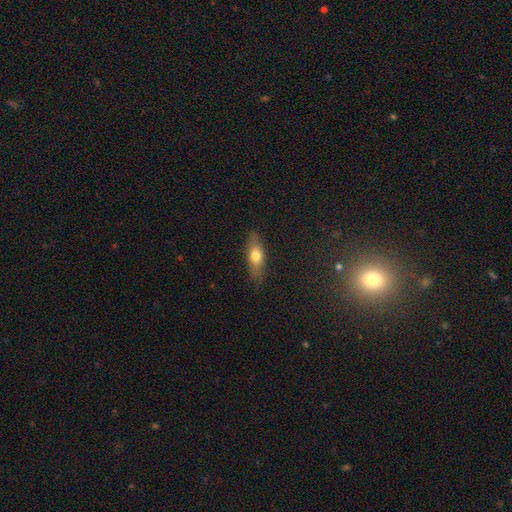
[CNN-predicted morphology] smooth-or-featured: smooth: 65% | featured or disk: 28% | star or artifact: 7%
  how-rounded: in between: 55% | cigar-shaped: 40% | round: 4%
  merging: none: 84% | minor disturbance: 12% | major disturbance: 3% | merger: 1%